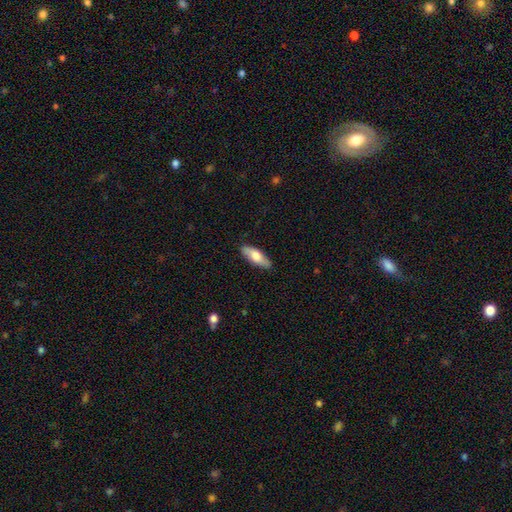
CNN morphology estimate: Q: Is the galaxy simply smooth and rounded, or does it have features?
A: smooth — 71%.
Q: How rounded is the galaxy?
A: in between — 67%.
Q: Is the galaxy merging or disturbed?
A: none — 85%.